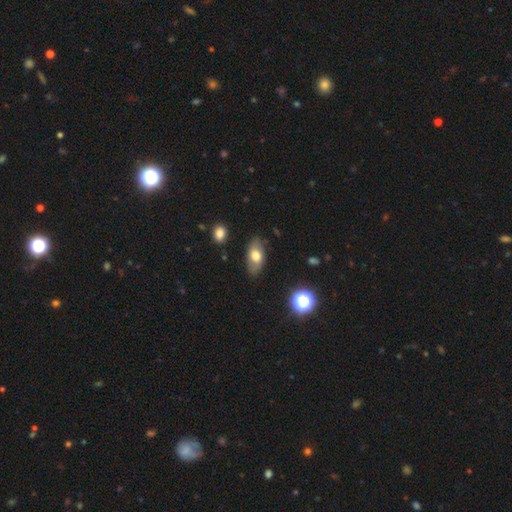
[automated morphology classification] Overall: smooth (63%; featured or disk 29%). How rounded: in between (89%). Merging: none (80%).